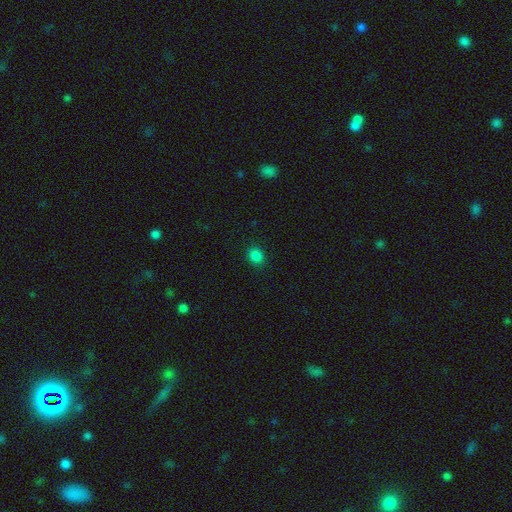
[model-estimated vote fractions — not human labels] Overall: smooth (84%). How rounded: round (62%; in between 37%). Merging: none (90%).